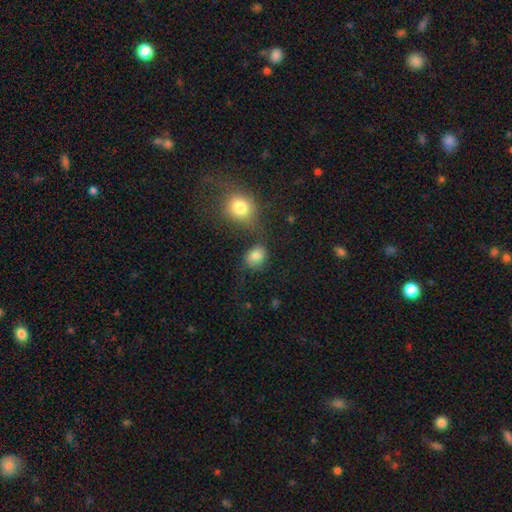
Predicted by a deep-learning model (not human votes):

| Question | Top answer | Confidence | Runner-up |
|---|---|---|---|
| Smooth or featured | smooth | 82% | star or artifact (11%) |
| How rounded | round | 51% | in between (48%) |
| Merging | none | 61% | merger (17%) |